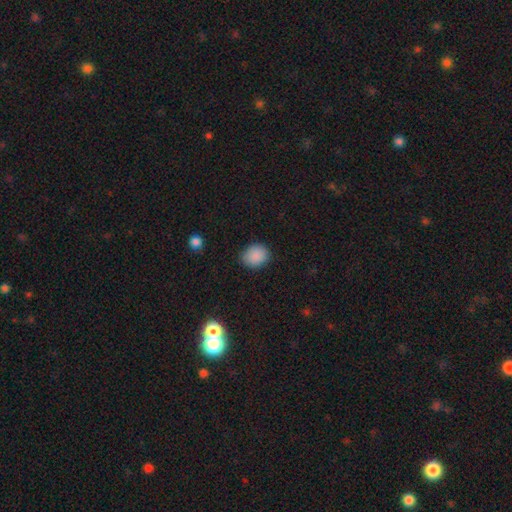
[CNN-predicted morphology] smooth-or-featured: smooth: 88% | star or artifact: 9% | featured or disk: 3%
  how-rounded: round: 62% | in between: 37% | cigar-shaped: 1%
  merging: none: 84% | minor disturbance: 12% | major disturbance: 3% | merger: 1%